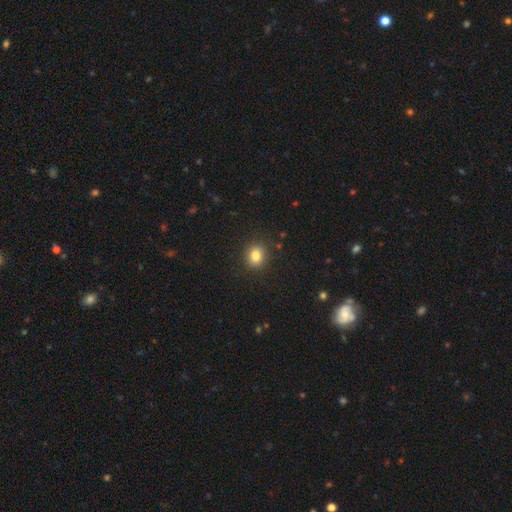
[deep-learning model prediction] This is clearly a smooth galaxy (83%). How rounded: likely round (71%). Merging: clearly none (89%).